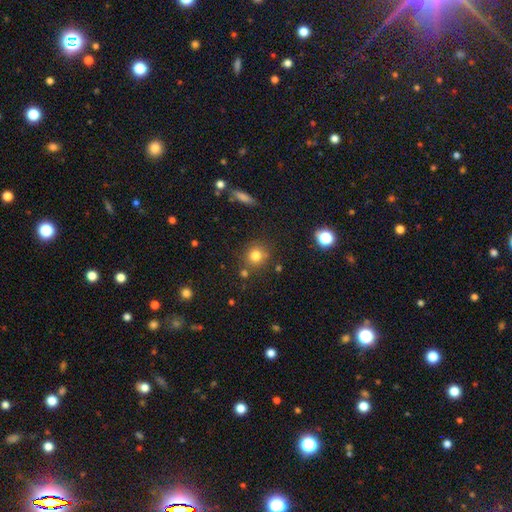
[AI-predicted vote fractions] Overall: smooth (78%). How rounded: round (89%). Merging: none (79%).